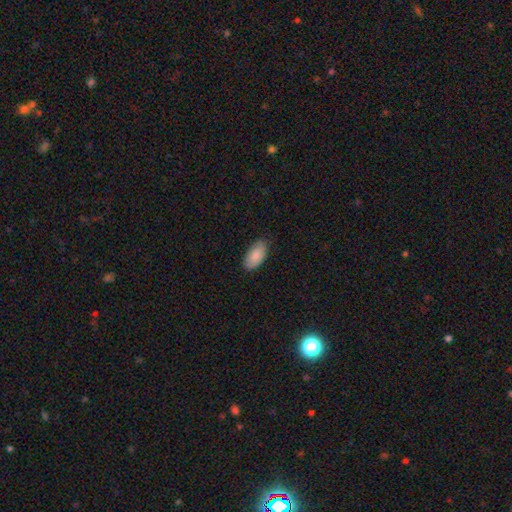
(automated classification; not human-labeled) A smooth galaxy with no disk features (88%) that is in between round and cigar-shaped (95%). Merging: none (82%).